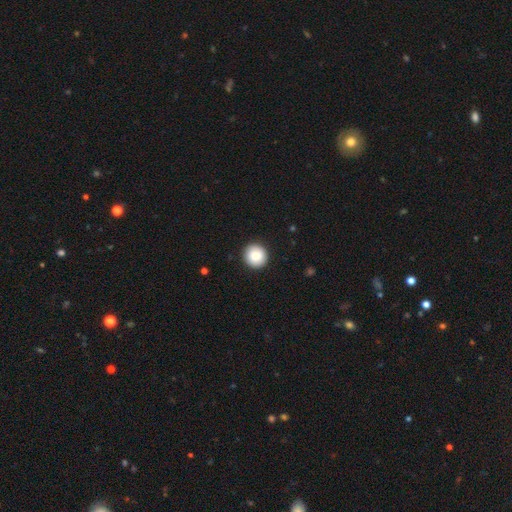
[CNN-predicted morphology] This is clearly a smooth galaxy (83%). How rounded: clearly round (94%). Merging: clearly none (92%).